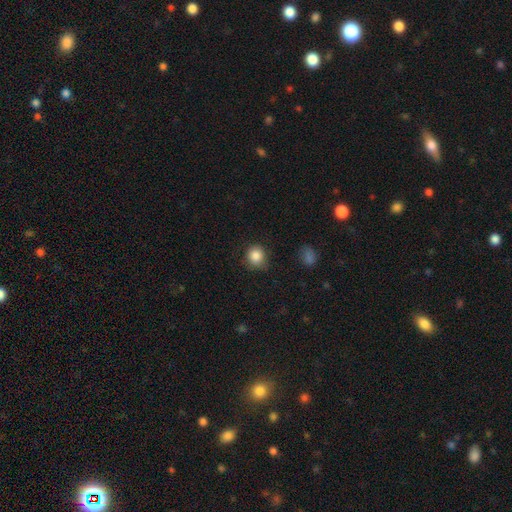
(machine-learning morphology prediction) This appears to be a smooth galaxy with no disk features (86%) that is round (88%). Merging: none (77%).